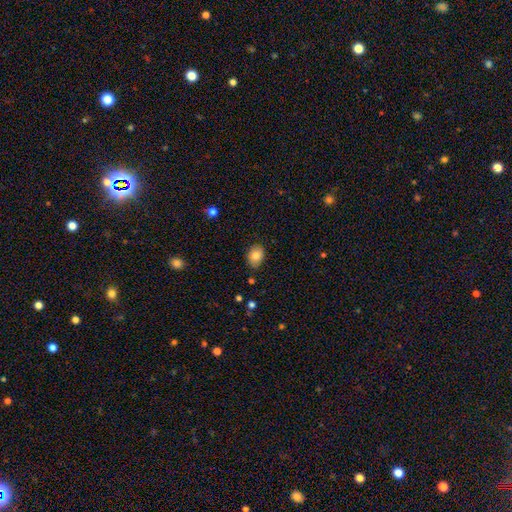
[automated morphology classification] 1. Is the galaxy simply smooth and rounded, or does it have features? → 81% smooth, 11% featured or disk, 9% star or artifact.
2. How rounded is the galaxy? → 64% in between, 35% round, 1% cigar-shaped.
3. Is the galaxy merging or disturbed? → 81% none, 15% minor disturbance, 2% major disturbance, 1% merger.